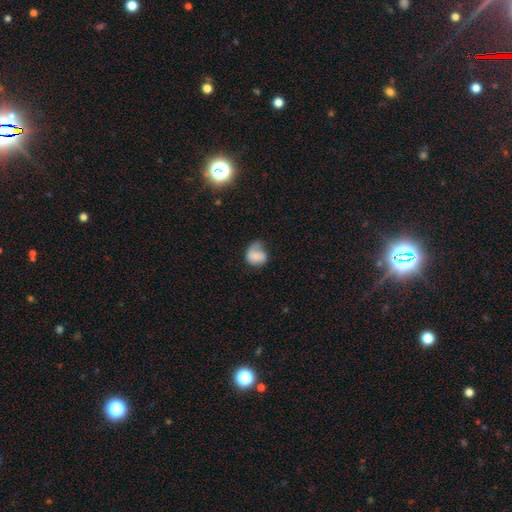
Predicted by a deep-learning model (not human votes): A smooth galaxy with no disk features (71%) that is round (54%). Merging: minor disturbance (33%).